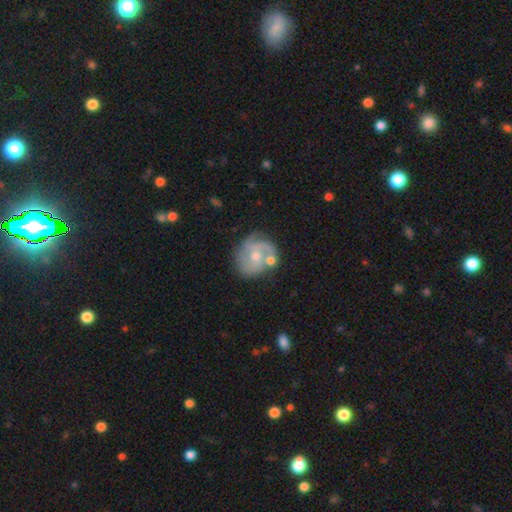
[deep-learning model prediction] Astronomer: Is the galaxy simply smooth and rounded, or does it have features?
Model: featured or disk — 76%.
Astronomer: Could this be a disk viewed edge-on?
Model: no — 98%.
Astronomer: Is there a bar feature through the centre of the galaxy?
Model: no — 67%.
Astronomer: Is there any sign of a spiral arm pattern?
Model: yes — 89%.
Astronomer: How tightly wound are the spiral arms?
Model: medium — 43% (runner-up: tight, 42%).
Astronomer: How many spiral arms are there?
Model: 2 — 35% (runner-up: 3, 31%).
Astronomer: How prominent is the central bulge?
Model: moderate — 60%.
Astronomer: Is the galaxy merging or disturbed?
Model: none — 57%.